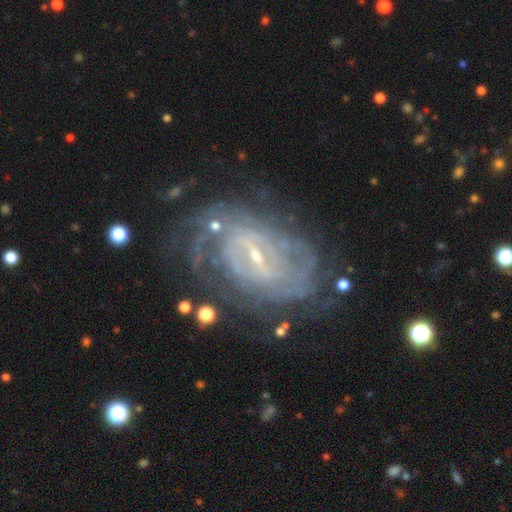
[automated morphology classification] featured or disk 88%, star or artifact 6%, smooth 6%. Down the decision tree: edge-on disk — no (96%); bar — weak (49%); spiral arms — yes (94%); spiral arm count — can't tell (40%); spiral winding — tight (69%); bulge size — small (78%); merging — none (67%).